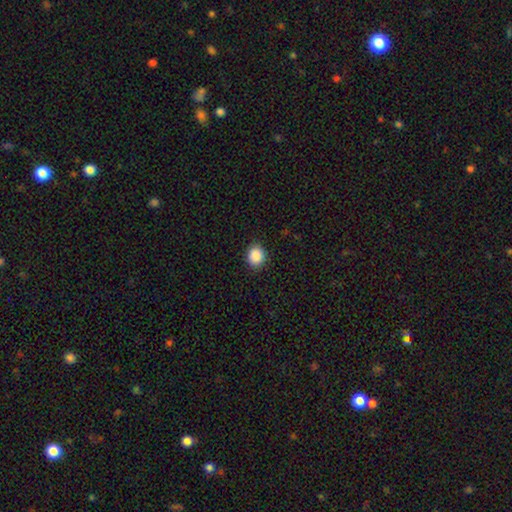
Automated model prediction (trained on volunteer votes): Smooth or featured? smooth (89%)
How rounded? round (71%)
Merging? none (89%)